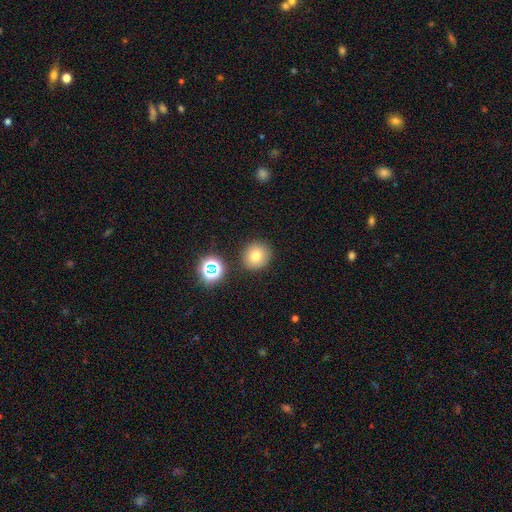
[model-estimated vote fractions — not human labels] This is likely a smooth galaxy (74%). How rounded: clearly round (88%). Merging: clearly none (86%).